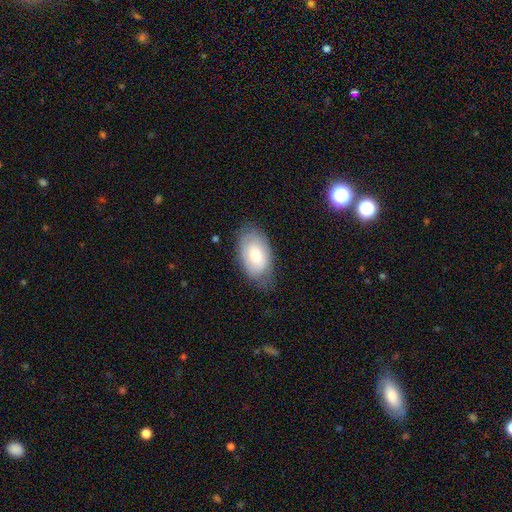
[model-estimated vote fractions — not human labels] This is likely a smooth galaxy (73%). How rounded: clearly in between (94%). Merging: likely none (67%).